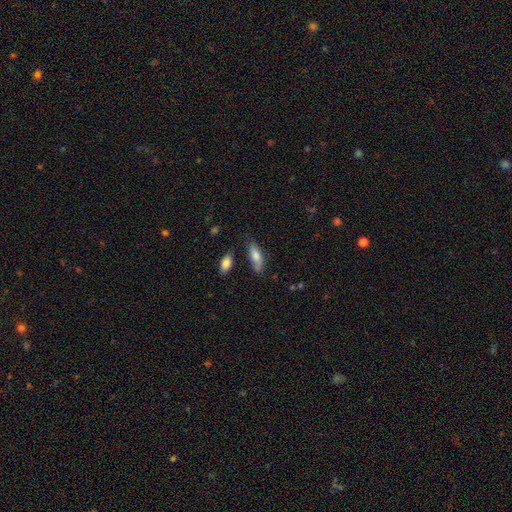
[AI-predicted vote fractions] Overall: smooth (79%). How rounded: in between (70%). Merging: none (59%; minor disturbance 27%).